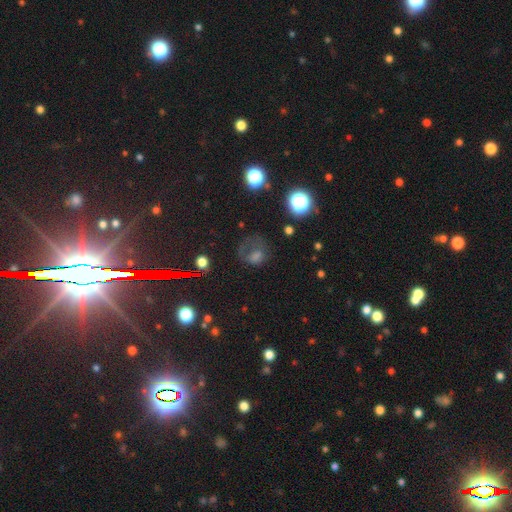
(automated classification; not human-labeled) Overall: smooth (46%; star or artifact 31%). Merging: none (44%; major disturbance 31%).